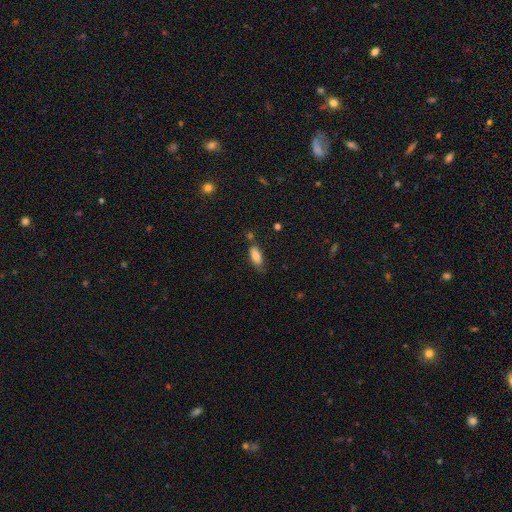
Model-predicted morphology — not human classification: type=smooth (82%); roundness=in between (76%); merging=none (65%).